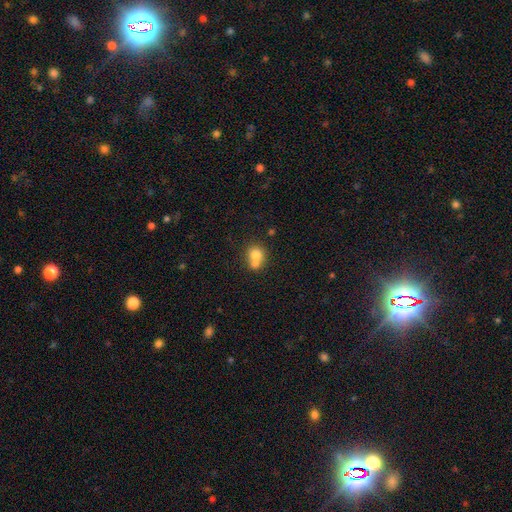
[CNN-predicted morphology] The model was most divided on "merging": merger: 53%, none: 36%, minor disturbance: 8%, major disturbance: 3%. More confident: how rounded — round (77%); smooth or featured — smooth (75%).